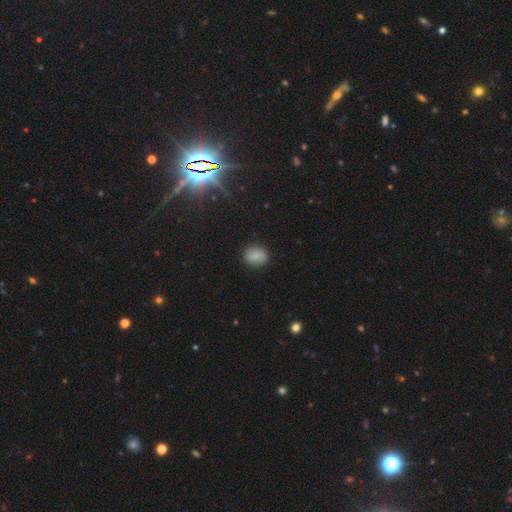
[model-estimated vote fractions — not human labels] Morphology: type=smooth (81%); roundness=round (60%); merging=none (87%).